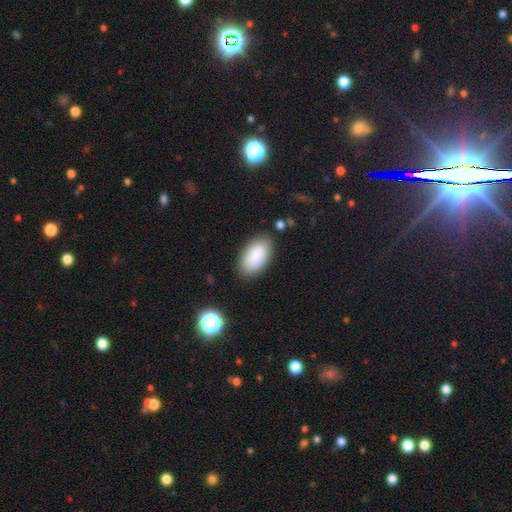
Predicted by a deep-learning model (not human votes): Smooth or featured?
  - smooth: 87% *
  - featured or disk: 6%
  - star or artifact: 6%
How rounded?
  - in between: 95% *
  - round: 3%
  - cigar-shaped: 2%
Merging?
  - none: 84% *
  - minor disturbance: 11%
  - major disturbance: 3%
  - merger: 2%